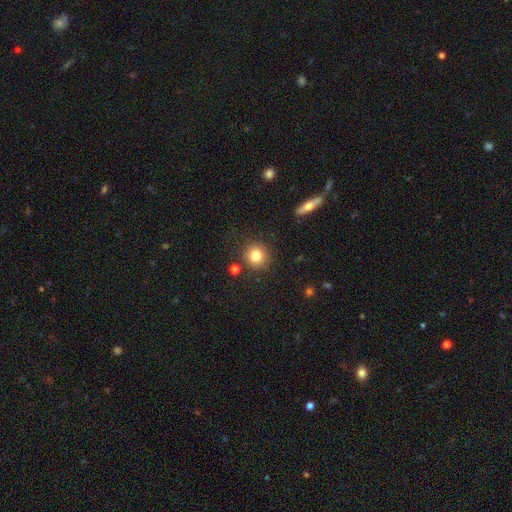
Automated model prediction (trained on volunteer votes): This appears to be a smooth galaxy with no disk features (81%) that is round (91%). Merging: none (86%).